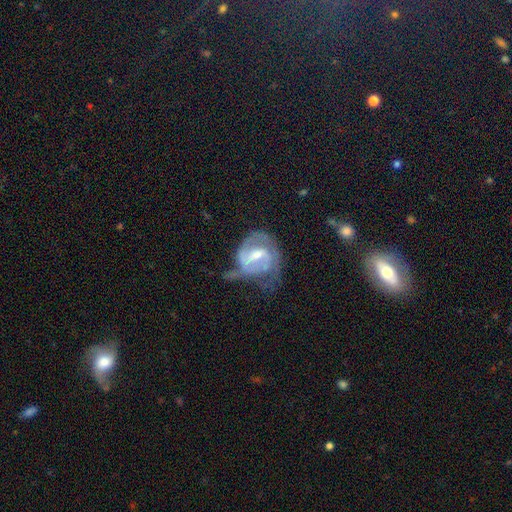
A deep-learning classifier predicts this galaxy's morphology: The model was most divided on "merging": major disturbance: 35%, none: 33%, minor disturbance: 26%, merger: 6%. Remaining: edge-on disk — no (97%); spiral arms — yes (91%); smooth or featured — featured or disk (83%); spiral arm count — 2 (62%); bar — weak (51%); spiral winding — medium (46%); bulge size — moderate (46%).